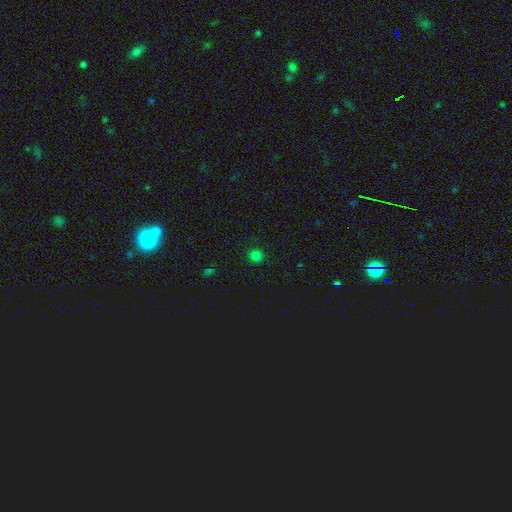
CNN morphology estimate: Smooth or featured? Predicted: smooth (p=0.80). How rounded? Predicted: round (p=0.90). Merging? Predicted: none (p=0.91).